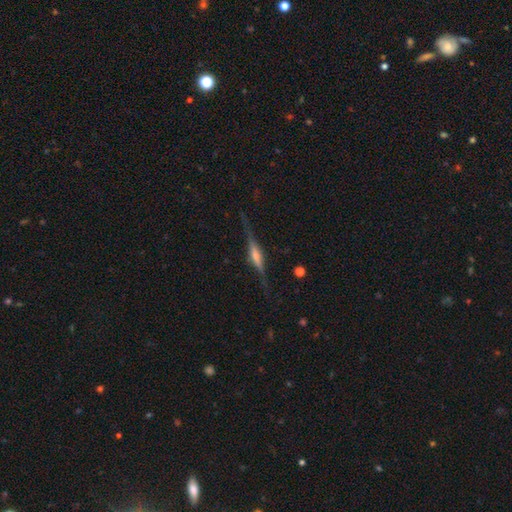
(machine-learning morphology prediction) A featured or disk galaxy (75%) viewed edge-on (97%) with a rounded central bulge (68%). Merging: none (81%).